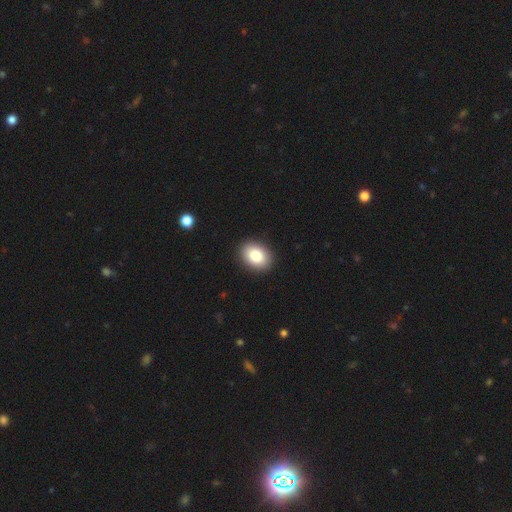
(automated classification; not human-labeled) smooth-or-featured: smooth: 85% | star or artifact: 8% | featured or disk: 7%
  how-rounded: in between: 73% | round: 27% | cigar-shaped: 1%
  merging: none: 91% | minor disturbance: 7% | major disturbance: 2% | merger: 1%